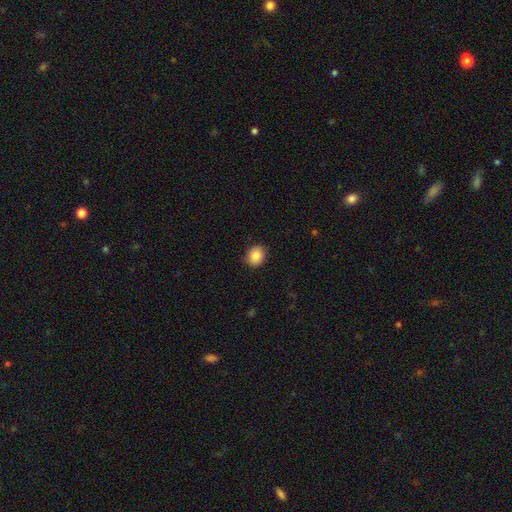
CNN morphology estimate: This is clearly a smooth galaxy (85%). How rounded: likely round (66%). Merging: clearly none (87%).